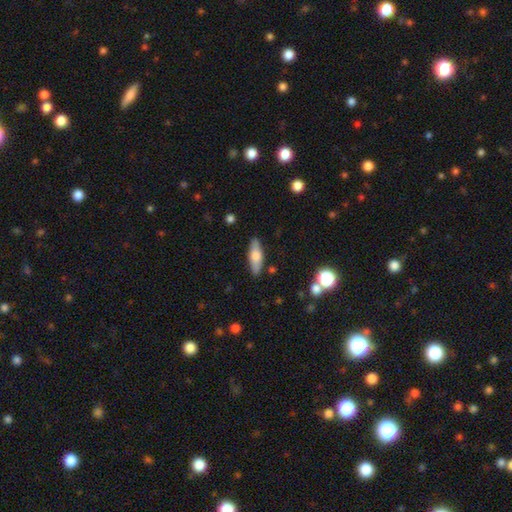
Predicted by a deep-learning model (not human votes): Smooth or featured? Predicted: smooth (p=0.64). How rounded? Predicted: in between (p=0.56). Merging? Predicted: none (p=0.85).